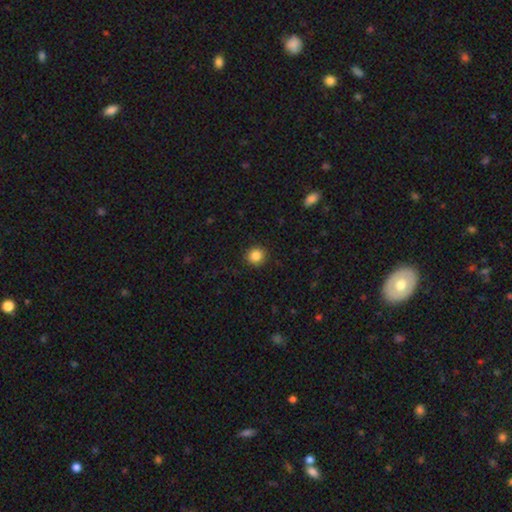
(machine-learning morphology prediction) type=smooth (86%); roundness=round (91%); merging=none (92%).